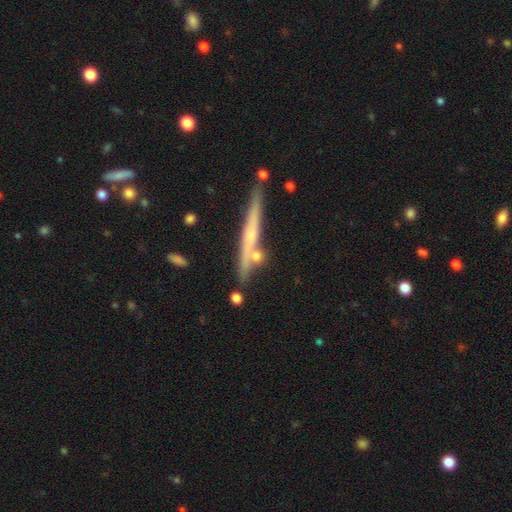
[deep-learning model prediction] Smooth or featured? Predicted: smooth (p=0.49). Merging? Predicted: none (p=0.63).